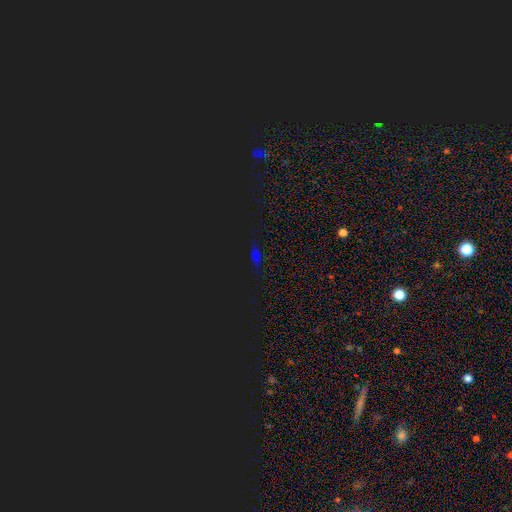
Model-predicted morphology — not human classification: A star or artifact, not a galaxy (54%).

Vote fractions:
- Smooth or featured? star or artifact: 54% / smooth: 37% / featured or disk: 9%